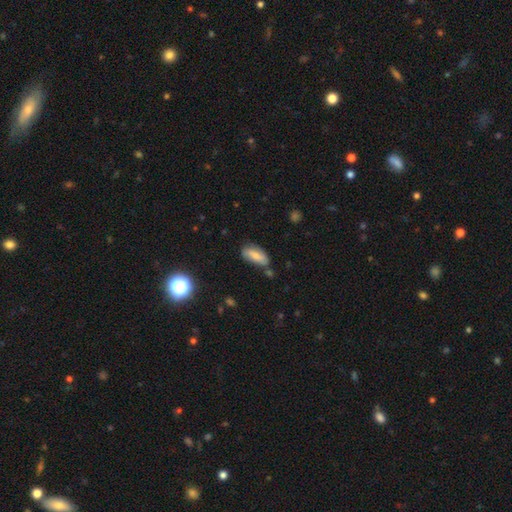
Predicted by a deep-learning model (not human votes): Smooth or featured? Predicted: smooth (p=0.73). How rounded? Predicted: in between (p=0.83). Merging? Predicted: none (p=0.65).